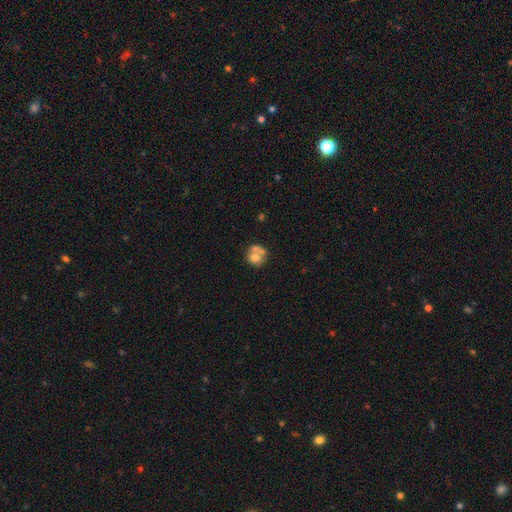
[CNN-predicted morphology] Smooth or featured? smooth (62%)
How rounded? round (68%)
Merging? merger (55%)